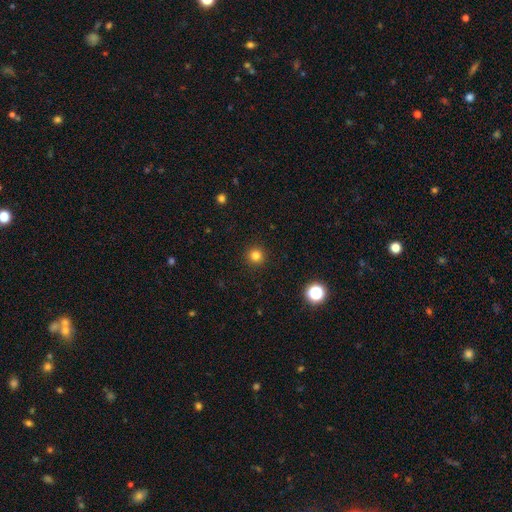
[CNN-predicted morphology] smooth_or_featured: smooth (p=0.82) [alt: star or artifact p=0.14]
how_rounded: round (p=0.95) [alt: in between p=0.04]
merging: none (p=0.92) [alt: minor disturbance p=0.05]